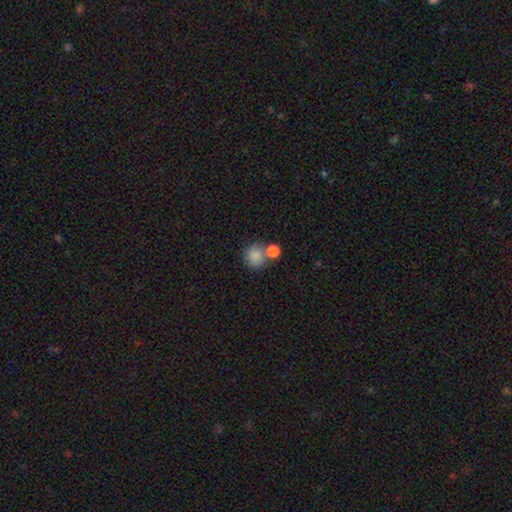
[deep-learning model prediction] Morphology: type=smooth (84%); roundness=round (85%); merging=none (53%).